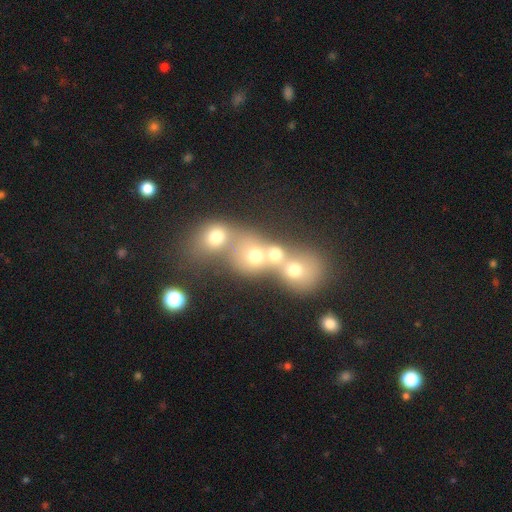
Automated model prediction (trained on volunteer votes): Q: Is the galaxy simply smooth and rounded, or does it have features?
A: smooth — 52%.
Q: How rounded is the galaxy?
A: round — 71%.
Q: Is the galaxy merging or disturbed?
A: merger — 62%.